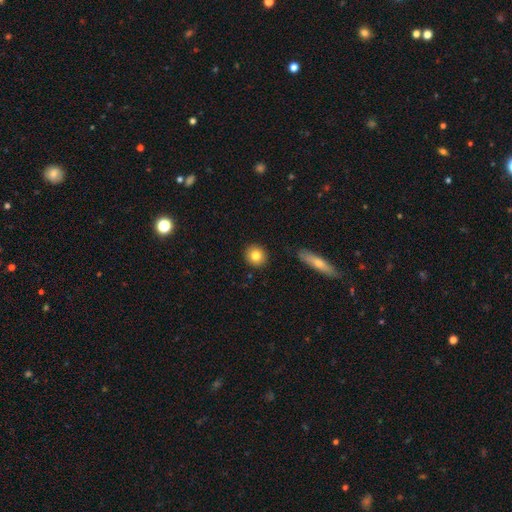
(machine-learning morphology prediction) Smooth or featured?
  - smooth: 82% *
  - featured or disk: 9%
  - star or artifact: 8%
How rounded?
  - round: 89% *
  - in between: 10%
  - cigar-shaped: 1%
Merging?
  - none: 90% *
  - minor disturbance: 6%
  - major disturbance: 2%
  - merger: 2%